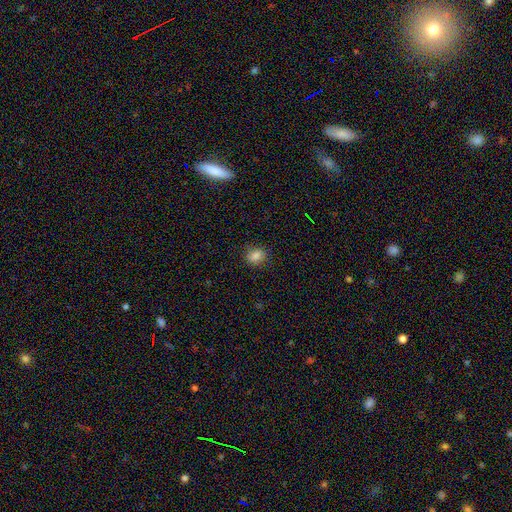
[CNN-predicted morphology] smooth 83%, star or artifact 11%, featured or disk 6%. Down the decision tree: how rounded — in between (59%); merging — none (80%).